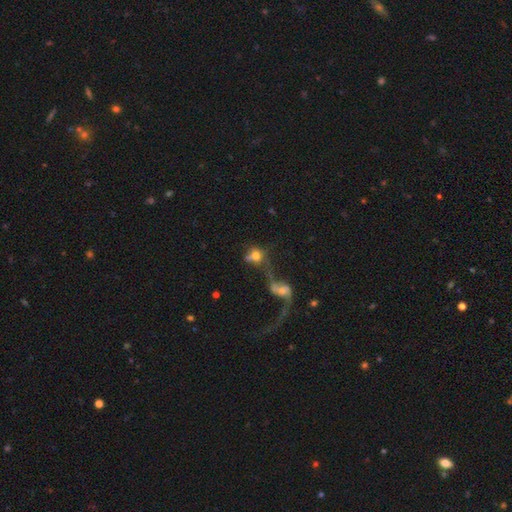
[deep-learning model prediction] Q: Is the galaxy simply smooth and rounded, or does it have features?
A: smooth — 54%.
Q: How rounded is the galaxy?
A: round — 59%.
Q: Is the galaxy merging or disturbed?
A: merger — 57%.